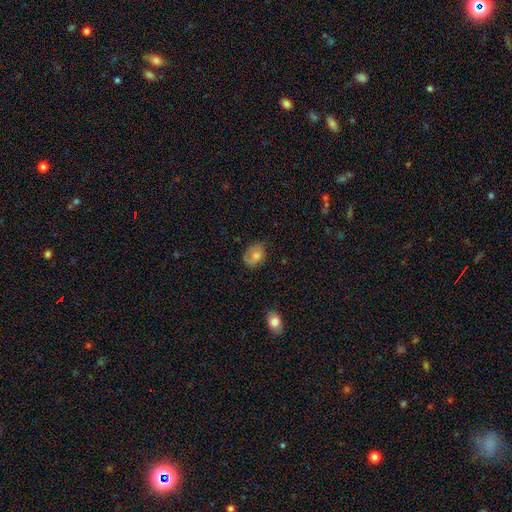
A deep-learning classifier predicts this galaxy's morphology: A smooth galaxy with no disk features (70%) that is in between round and cigar-shaped (55%). Merging: none (55%).